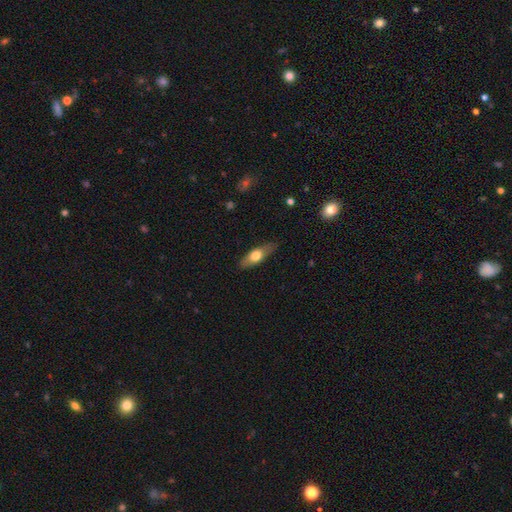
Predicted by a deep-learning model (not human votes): Smooth or featured? smooth (59%)
How rounded? in between (56%)
Merging? none (82%)